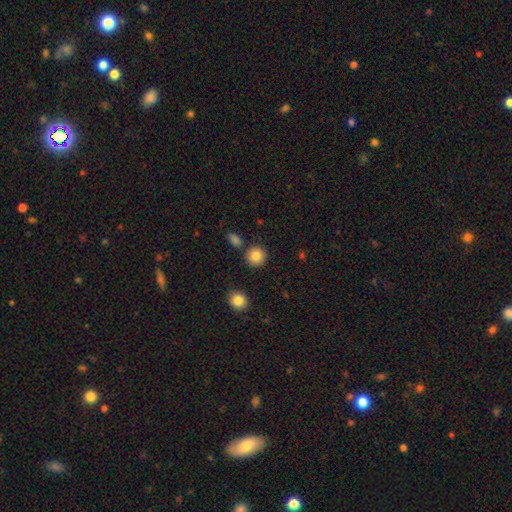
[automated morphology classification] A smooth galaxy with no disk features (84%) that is round (92%).

Vote fractions:
- Smooth or featured? smooth: 84% / star or artifact: 9% / featured or disk: 6%
- How rounded? round: 92% / in between: 7% / cigar-shaped: 1%
- Merging? none: 86% / minor disturbance: 7% / merger: 5% / major disturbance: 2%